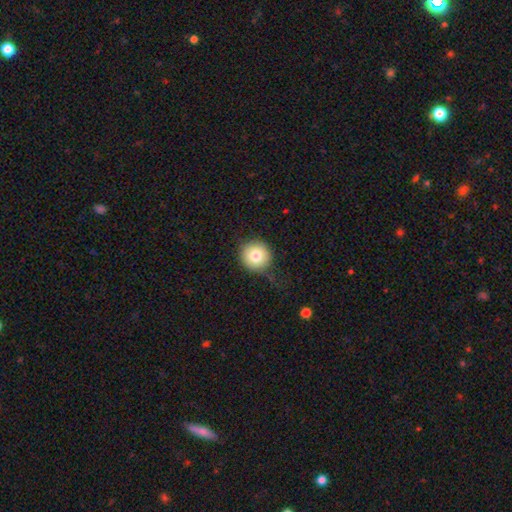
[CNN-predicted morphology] smooth-or-featured: smooth: 79% | featured or disk: 12% | star or artifact: 9%
  how-rounded: round: 94% | in between: 5% | cigar-shaped: 1%
  merging: none: 78% | minor disturbance: 15% | major disturbance: 6% | merger: 1%